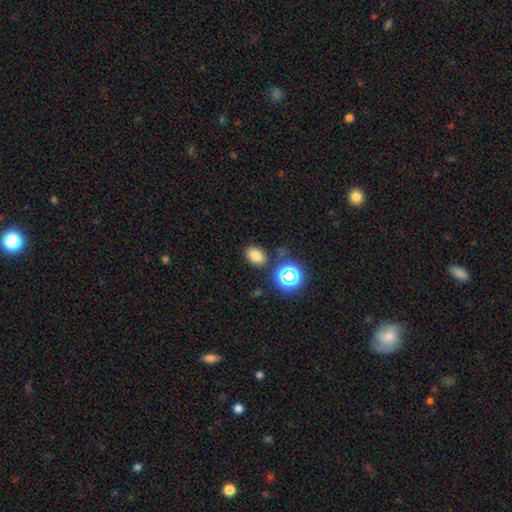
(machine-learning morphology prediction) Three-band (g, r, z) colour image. It shows a smooth galaxy with no disk features (76%) that is in between round and cigar-shaped (74%). Merging: none (82%).